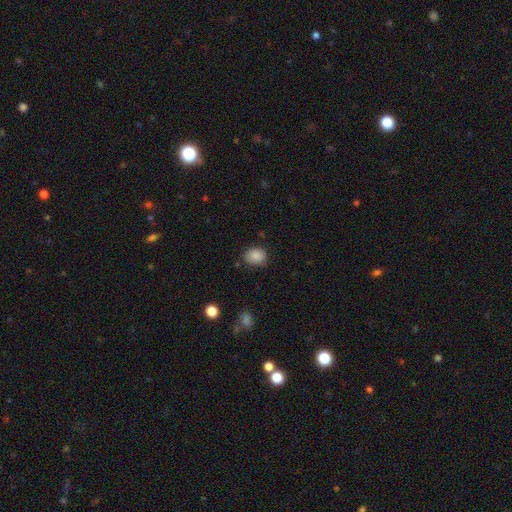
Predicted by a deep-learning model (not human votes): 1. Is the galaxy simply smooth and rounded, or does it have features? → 87% smooth, 9% star or artifact, 4% featured or disk.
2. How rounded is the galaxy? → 53% in between, 46% round, 1% cigar-shaped.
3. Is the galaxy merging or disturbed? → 76% none, 18% minor disturbance, 4% major disturbance, 2% merger.